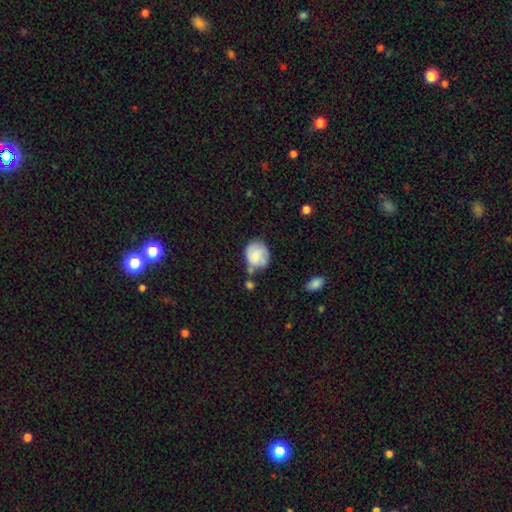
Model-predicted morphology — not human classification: A smooth galaxy with no disk features (74%) that is round (64%).

Vote fractions:
- Smooth or featured? smooth: 74% / featured or disk: 19% / star or artifact: 7%
- How rounded? round: 64% / in between: 35% / cigar-shaped: 1%
- Merging? none: 49% / minor disturbance: 29% / merger: 14% / major disturbance: 9%